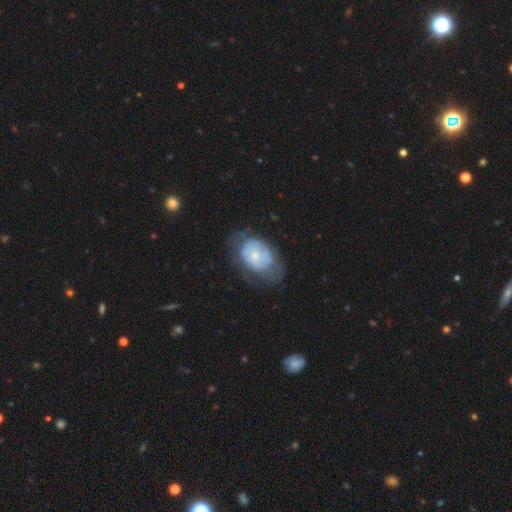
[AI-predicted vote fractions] A featured or disk galaxy (52%) with no bar (81%), no spiral arms (57%) and a small central bulge (54%).

Vote fractions:
- Smooth or featured? featured or disk: 52% / smooth: 40% / star or artifact: 7%
- Edge-on disk? no: 96% / yes: 4%
- Bar? no: 81% / weak: 16% / strong: 3%
- Spiral arms? no: 57% / yes: 43%
- Bulge size? small: 54% / moderate: 34% / none: 6% / large: 4% / dominant: 1%
- Merging? none: 42% / minor disturbance: 30% / major disturbance: 25% / merger: 3%